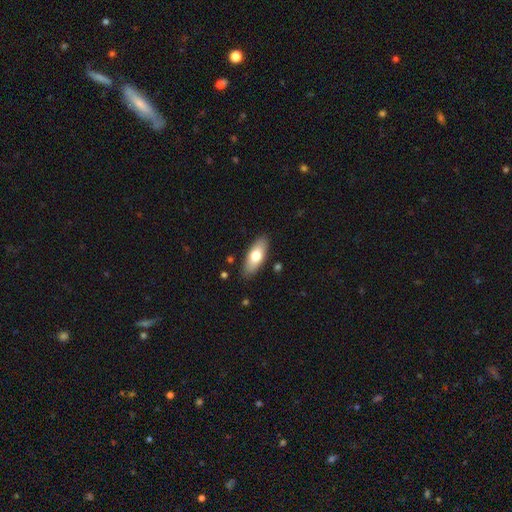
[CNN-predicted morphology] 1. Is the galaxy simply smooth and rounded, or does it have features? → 72% smooth, 22% featured or disk, 6% star or artifact.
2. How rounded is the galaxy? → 79% in between, 19% cigar-shaped, 2% round.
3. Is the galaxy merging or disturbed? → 87% none, 10% minor disturbance, 2% major disturbance, 2% merger.